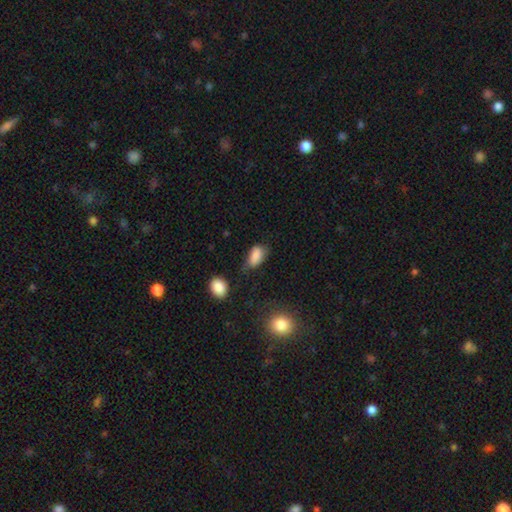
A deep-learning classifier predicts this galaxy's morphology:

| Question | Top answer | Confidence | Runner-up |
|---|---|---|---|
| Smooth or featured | smooth | 84% | star or artifact (9%) |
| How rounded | in between | 90% | round (6%) |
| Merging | none | 45% | minor disturbance (37%) |